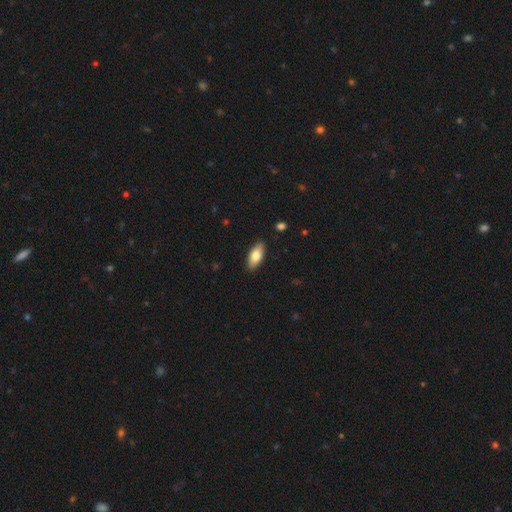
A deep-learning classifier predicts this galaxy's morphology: Smooth or featured? smooth (77%)
How rounded? in between (82%)
Merging? none (89%)